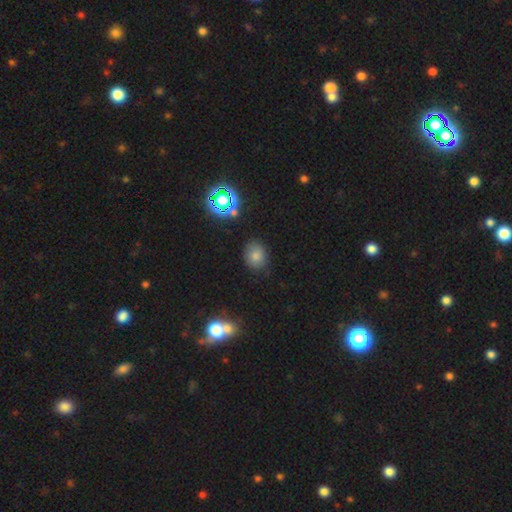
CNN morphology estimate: Overall: smooth (76%). How rounded: round (54%; in between 45%). Merging: none (81%).